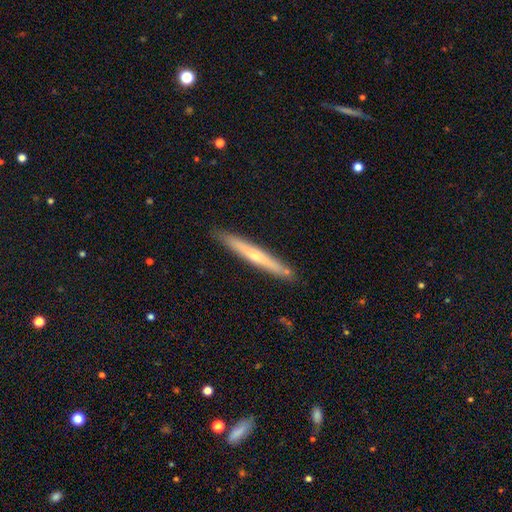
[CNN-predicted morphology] featured or disk 54%, smooth 40%, star or artifact 6%. Down the decision tree: edge-on disk — yes (95%); edge-on bulge — rounded (59%); merging — none (88%).